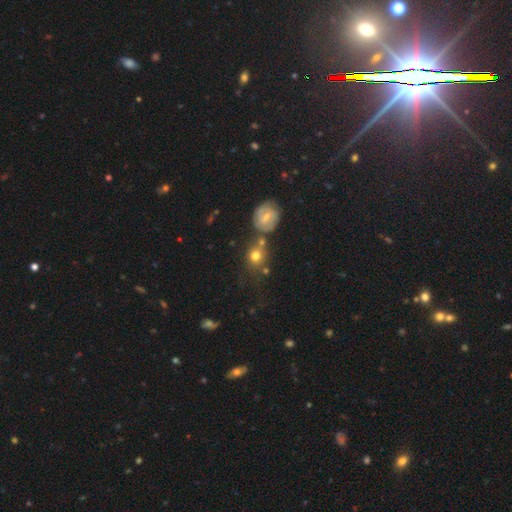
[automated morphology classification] This is likely a smooth galaxy (68%). How rounded: likely round (79%). Merging: possibly none (59%).